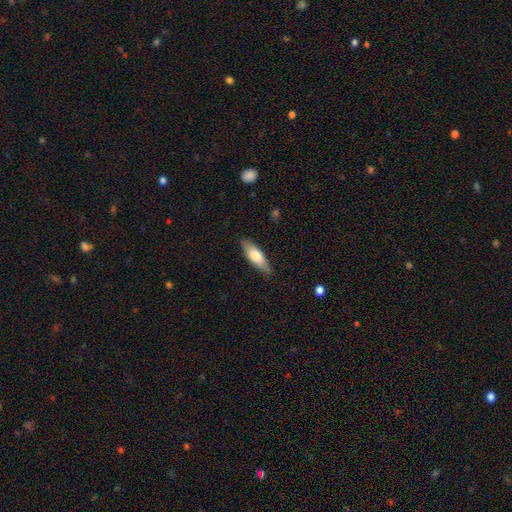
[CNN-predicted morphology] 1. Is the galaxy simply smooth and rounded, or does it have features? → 72% smooth, 22% featured or disk, 6% star or artifact.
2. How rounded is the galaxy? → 61% in between, 38% cigar-shaped, 2% round.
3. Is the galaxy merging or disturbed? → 84% none, 12% minor disturbance, 2% major disturbance, 1% merger.